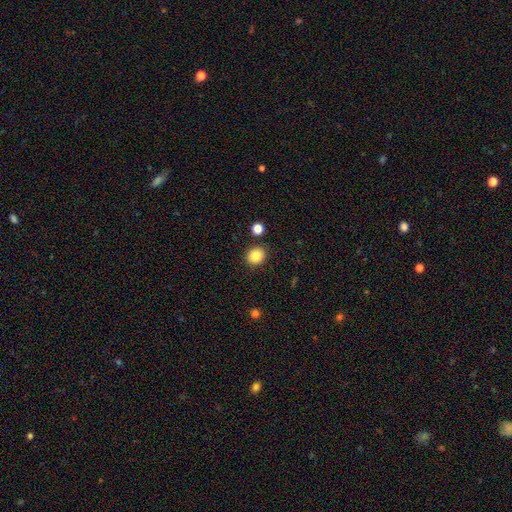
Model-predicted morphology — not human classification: Q: Smooth or featured?
A: smooth (85%); runner-up: star or artifact (10%)
Q: How rounded?
A: round (77%); runner-up: in between (23%)
Q: Merging?
A: none (87%); runner-up: minor disturbance (7%)